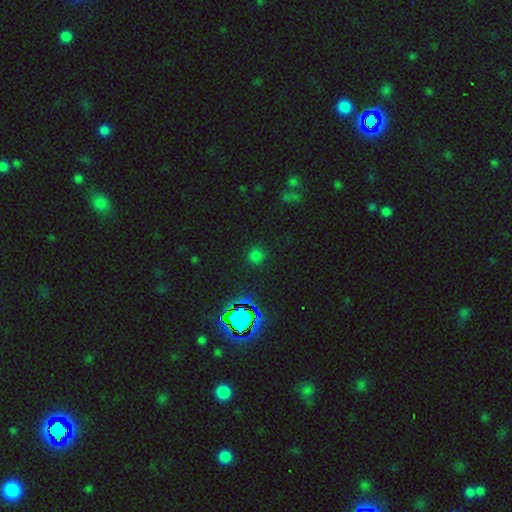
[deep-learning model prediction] smooth-or-featured: smooth: 61% | star or artifact: 33% | featured or disk: 5%
  how-rounded: round: 93% | in between: 6% | cigar-shaped: 1%
  merging: none: 88% | minor disturbance: 7% | major disturbance: 3% | merger: 2%